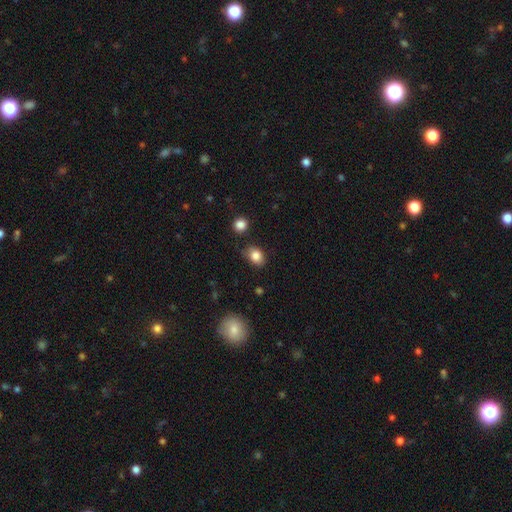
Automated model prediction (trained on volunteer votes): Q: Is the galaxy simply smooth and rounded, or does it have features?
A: smooth — 84%.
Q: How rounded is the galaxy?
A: in between — 67%.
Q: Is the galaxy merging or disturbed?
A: none — 73%.